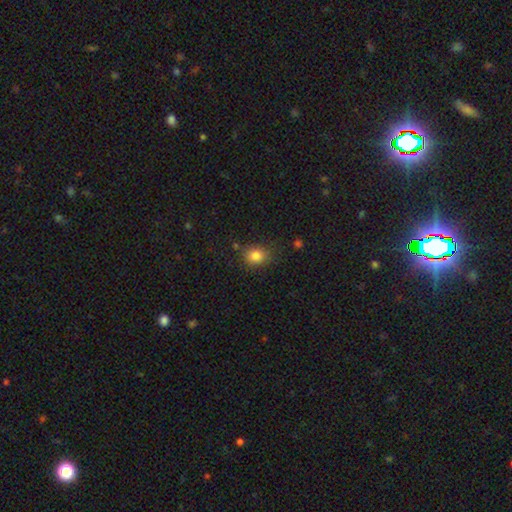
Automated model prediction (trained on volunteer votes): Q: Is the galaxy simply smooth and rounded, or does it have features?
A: smooth — 83%.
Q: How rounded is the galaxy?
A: round — 59%.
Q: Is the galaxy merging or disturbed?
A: none — 76%.